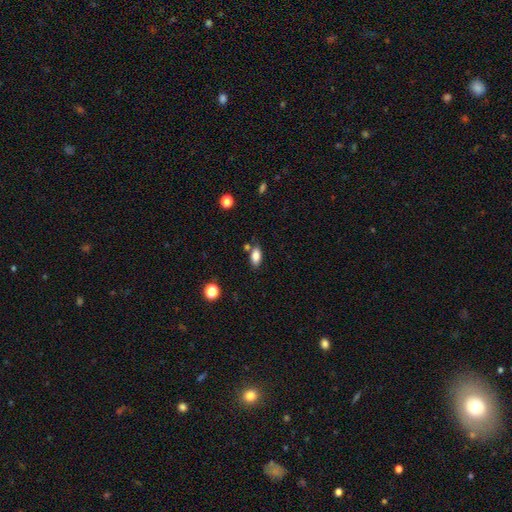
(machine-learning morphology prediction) smooth 85%, star or artifact 9%, featured or disk 6%. Down the decision tree: how rounded — in between (89%); merging — none (74%).